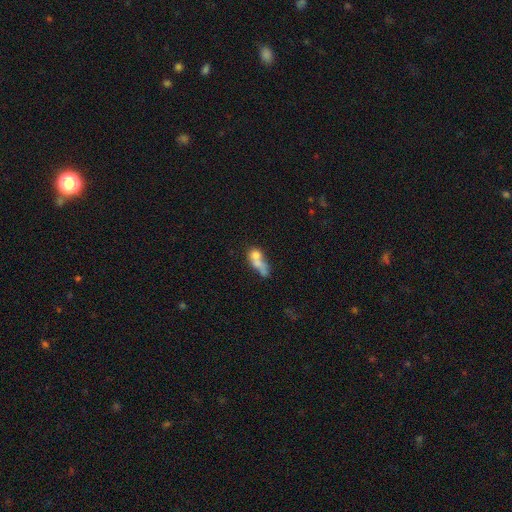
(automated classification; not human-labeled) Overall: smooth (61%; featured or disk 28%). How rounded: in between (54%; round 24%). Merging: merger (52%; none 20%).